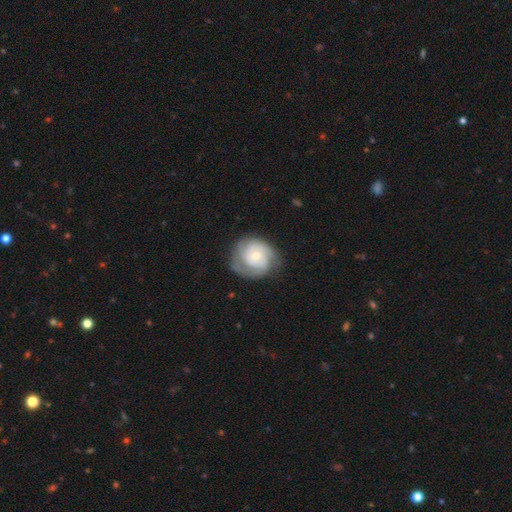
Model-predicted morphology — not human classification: Q: Smooth or featured?
A: featured or disk (69%); runner-up: smooth (26%)
Q: Edge-on disk?
A: no (98%); runner-up: yes (2%)
Q: Bar?
A: no (75%); runner-up: weak (21%)
Q: Spiral arms?
A: yes (88%); runner-up: no (12%)
Q: Spiral winding?
A: tight (60%); runner-up: medium (30%)
Q: Spiral arm count?
A: 2 (44%); runner-up: can't tell (27%)
Q: Bulge size?
A: small (53%); runner-up: moderate (41%)
Q: Merging?
A: none (64%); runner-up: minor disturbance (24%)